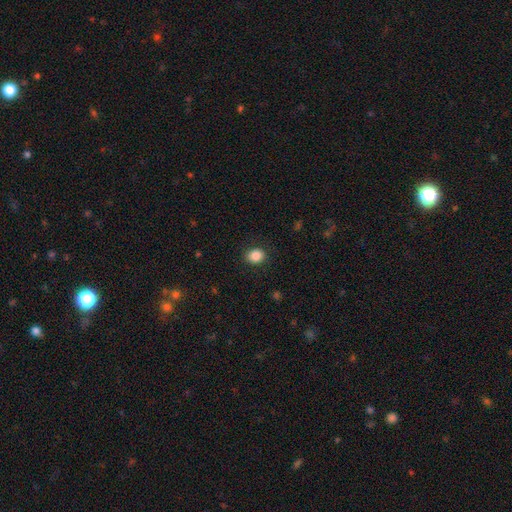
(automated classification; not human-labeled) Overall: smooth (87%). How rounded: round (55%; in between 44%). Merging: none (88%).